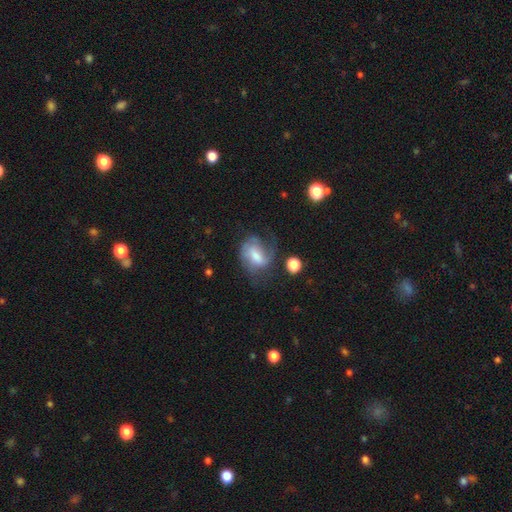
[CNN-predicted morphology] type=featured or disk (53%); edge-on=no (96%); bar=weak (48%); spiral arms=yes (80%); bulge=moderate (38%); merging=none (38%).